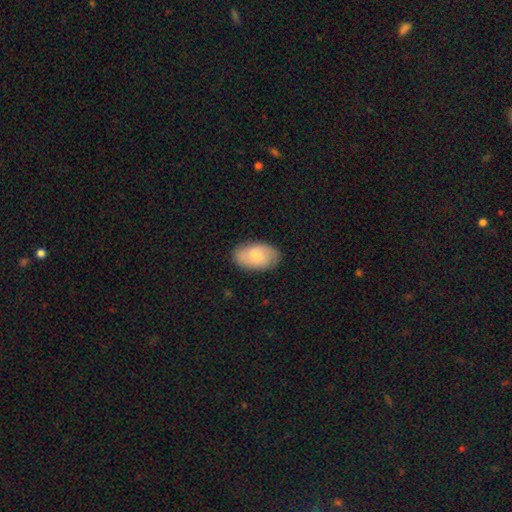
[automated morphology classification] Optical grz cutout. It shows a smooth galaxy with no disk features (64%) that is in between round and cigar-shaped (92%). Merging: none (84%).